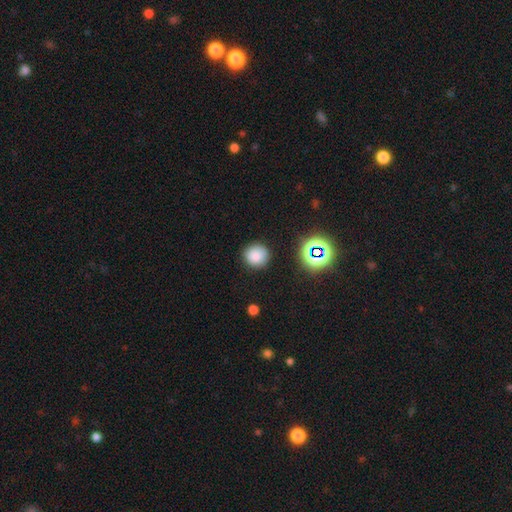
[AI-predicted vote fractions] The model was most divided on "smooth or featured": smooth: 80%, star or artifact: 15%, featured or disk: 5%. More confident: how rounded — round (92%); merging — none (87%).